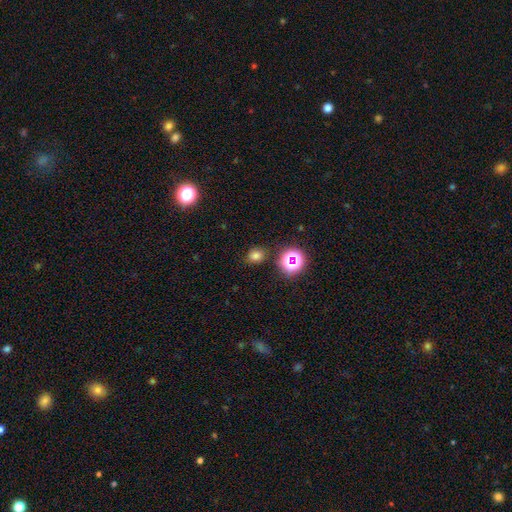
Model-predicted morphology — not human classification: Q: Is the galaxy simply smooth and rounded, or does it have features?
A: smooth — 72%.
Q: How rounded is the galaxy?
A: round — 58%.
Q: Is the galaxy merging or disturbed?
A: none — 82%.